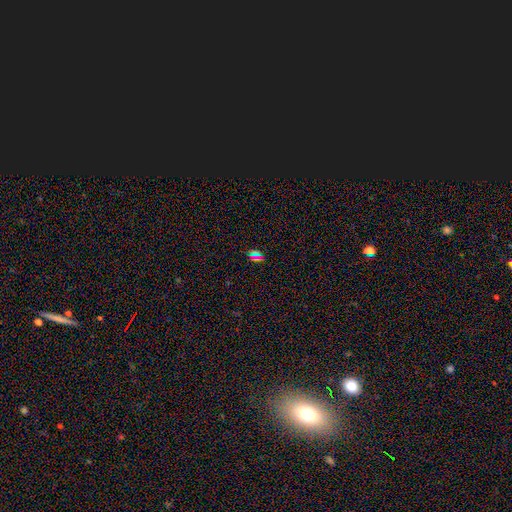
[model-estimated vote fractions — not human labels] Smooth or featured? Predicted: smooth (p=0.49). Merging? Predicted: none (p=0.80).